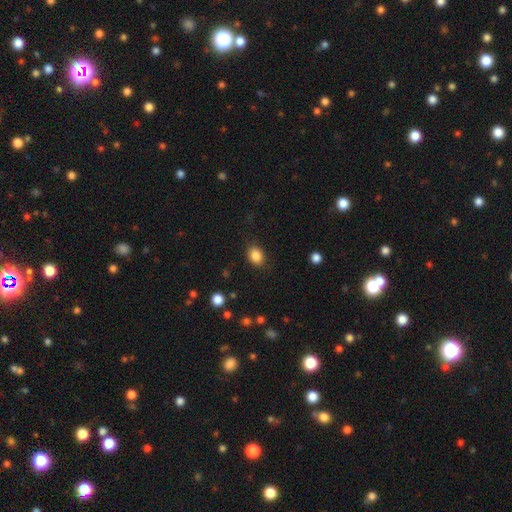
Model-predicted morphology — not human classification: smooth_or_featured: smooth (p=0.86) [alt: star or artifact p=0.09]
how_rounded: in between (p=0.56) [alt: round p=0.43]
merging: none (p=0.84) [alt: minor disturbance p=0.12]